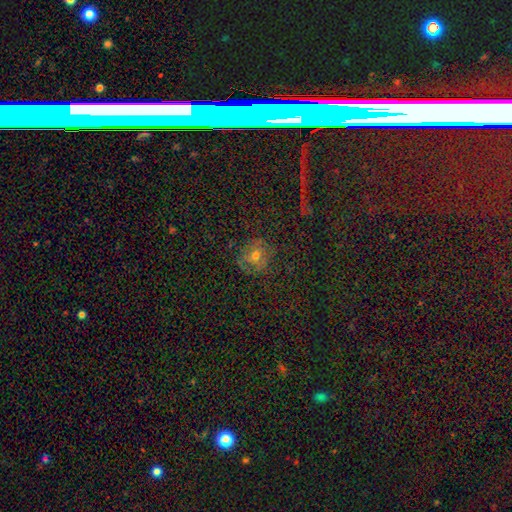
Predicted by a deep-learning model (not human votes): Overall: smooth (52%; star or artifact 26%). How rounded: round (82%). Merging: none (74%).